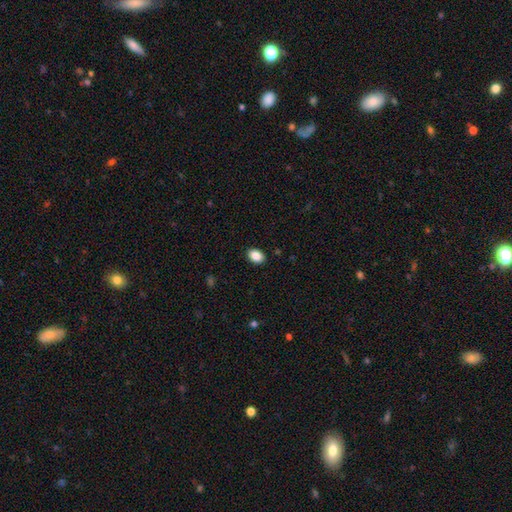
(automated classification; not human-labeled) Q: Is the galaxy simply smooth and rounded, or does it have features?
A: smooth — 88%.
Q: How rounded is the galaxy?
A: in between — 82%.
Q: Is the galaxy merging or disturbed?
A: none — 89%.